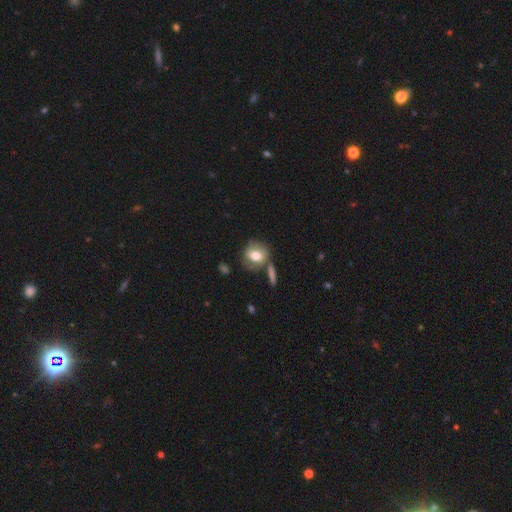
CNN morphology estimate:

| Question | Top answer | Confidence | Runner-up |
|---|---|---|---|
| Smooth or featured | smooth | 64% | featured or disk (28%) |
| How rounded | round | 61% | in between (37%) |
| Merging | none | 62% | minor disturbance (16%) |